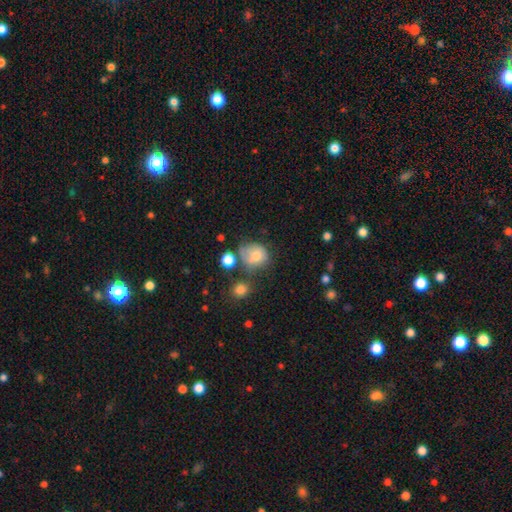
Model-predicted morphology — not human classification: type=smooth (69%); roundness=round (69%); merging=none (44%).